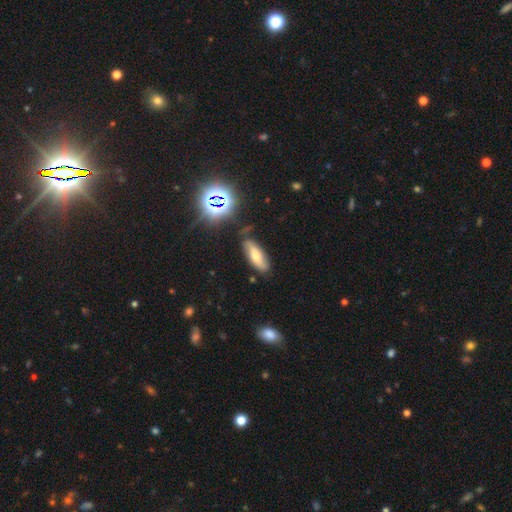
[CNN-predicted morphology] Smooth or featured? smooth (53%)
How rounded? in between (61%)
Merging? none (75%)